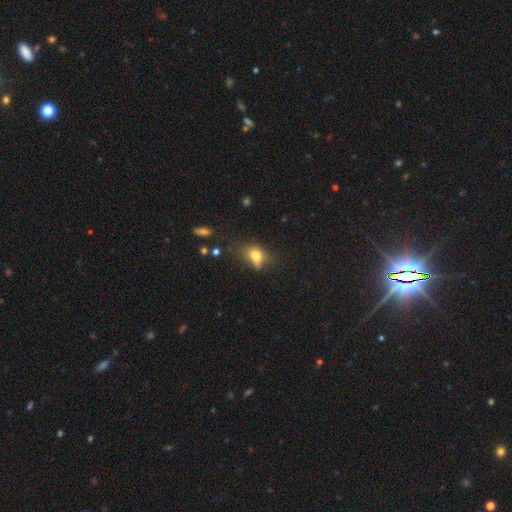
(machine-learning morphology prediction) Smooth or featured?
  - smooth: 71% *
  - featured or disk: 16%
  - star or artifact: 13%
How rounded?
  - in between: 72% *
  - round: 23%
  - cigar-shaped: 5%
Merging?
  - none: 41% *
  - minor disturbance: 31%
  - major disturbance: 24%
  - merger: 5%